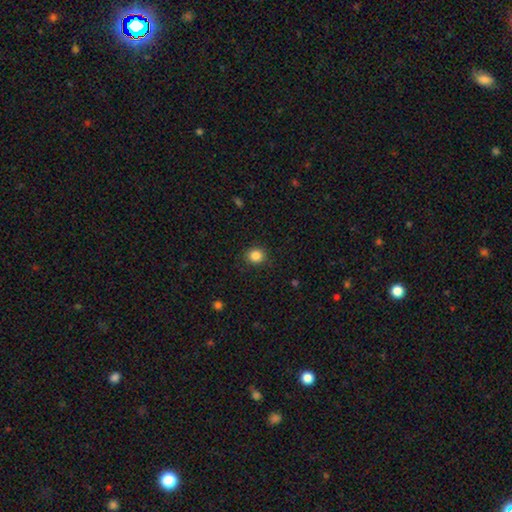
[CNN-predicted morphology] This appears to be a smooth galaxy with no disk features (85%) that is round (81%). Merging: none (89%).